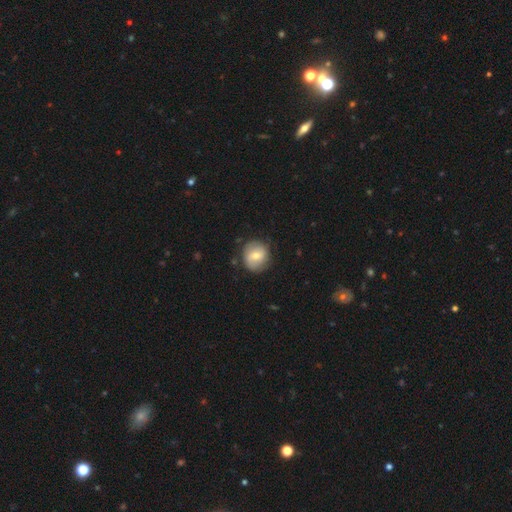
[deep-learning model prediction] Smooth or featured? Predicted: smooth (p=0.57). How rounded? Predicted: round (p=0.86). Merging? Predicted: none (p=0.80).